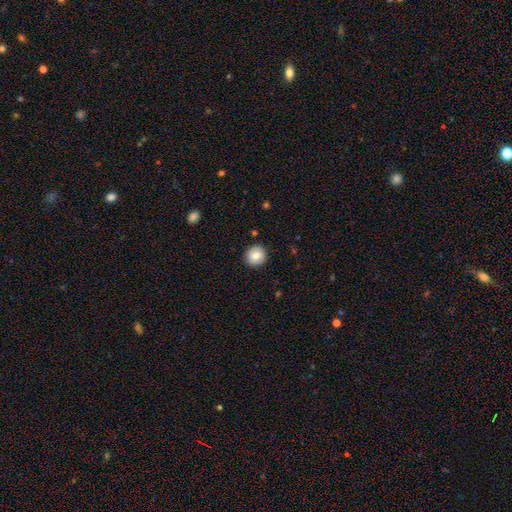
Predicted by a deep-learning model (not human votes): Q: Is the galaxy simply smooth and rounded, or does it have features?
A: smooth — 76%.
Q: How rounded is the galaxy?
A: round — 90%.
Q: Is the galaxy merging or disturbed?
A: none — 89%.